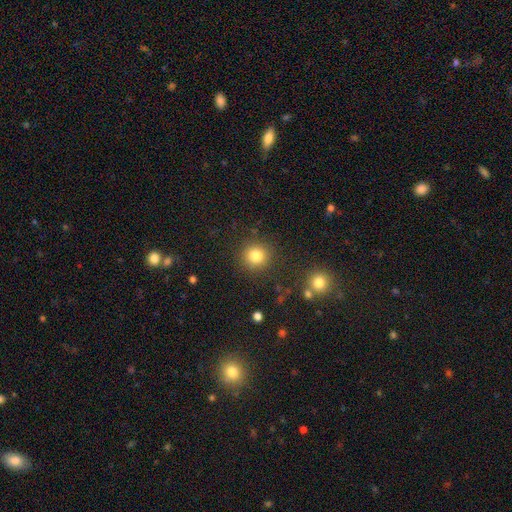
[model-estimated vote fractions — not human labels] The model was most divided on "smooth or featured": smooth: 83%, star or artifact: 12%, featured or disk: 6%. More confident: how rounded — round (91%); merging — none (87%).